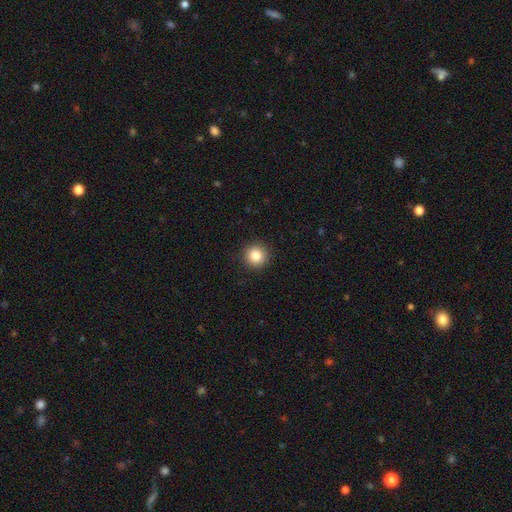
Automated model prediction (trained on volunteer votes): smooth-or-featured: smooth: 85% | star or artifact: 10% | featured or disk: 5%
  how-rounded: round: 95% | in between: 4% | cigar-shaped: 1%
  merging: none: 92% | minor disturbance: 5% | major disturbance: 2% | merger: 1%